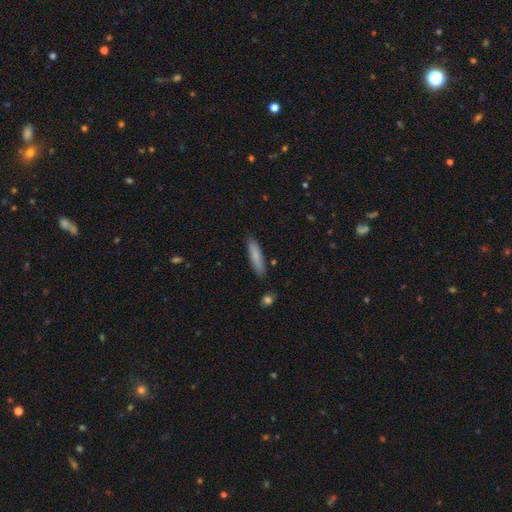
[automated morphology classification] This is likely a smooth galaxy (78%). How rounded: likely cigar-shaped (75%). Merging: clearly none (85%).